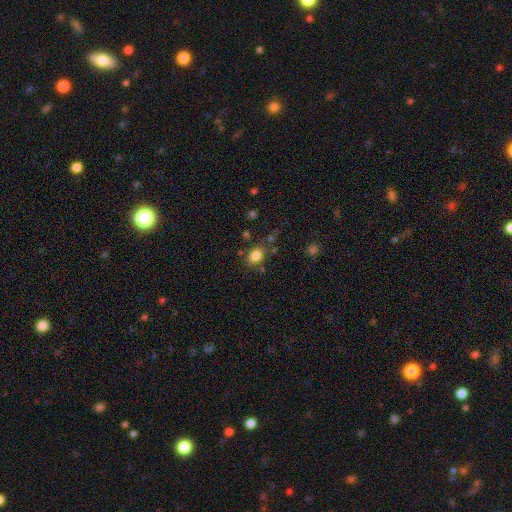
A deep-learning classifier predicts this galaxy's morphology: Smooth or featured? smooth (83%)
How rounded? in between (62%)
Merging? none (76%)